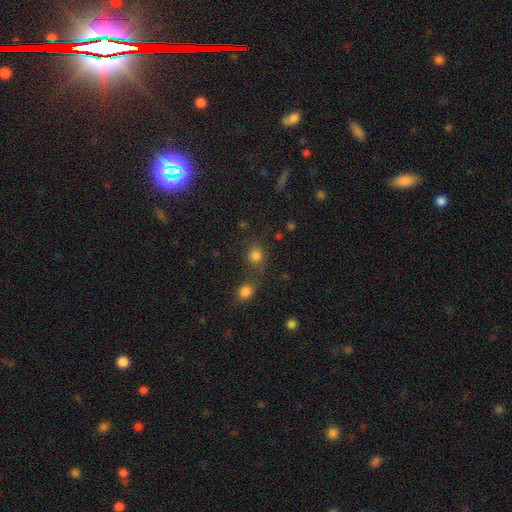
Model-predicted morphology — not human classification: Q: Smooth or featured?
A: smooth (79%); runner-up: star or artifact (15%)
Q: How rounded?
A: round (83%); runner-up: in between (16%)
Q: Merging?
A: none (55%); runner-up: merger (26%)